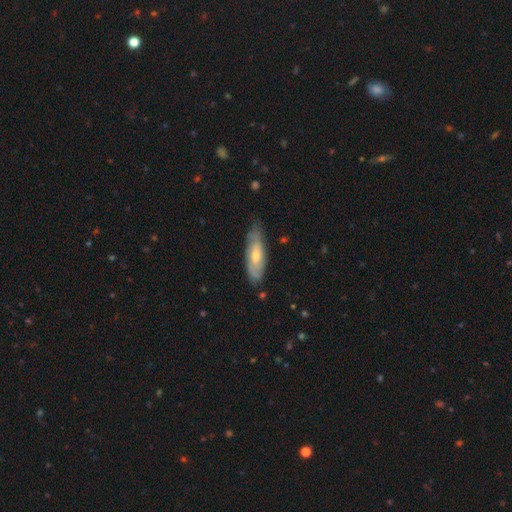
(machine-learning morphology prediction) Smooth or featured?
  - featured or disk: 53% *
  - smooth: 41%
  - star or artifact: 7%
Edge-on disk?
  - no: 67% *
  - yes: 33%
Merging?
  - none: 72% *
  - minor disturbance: 23%
  - major disturbance: 4%
  - merger: 2%